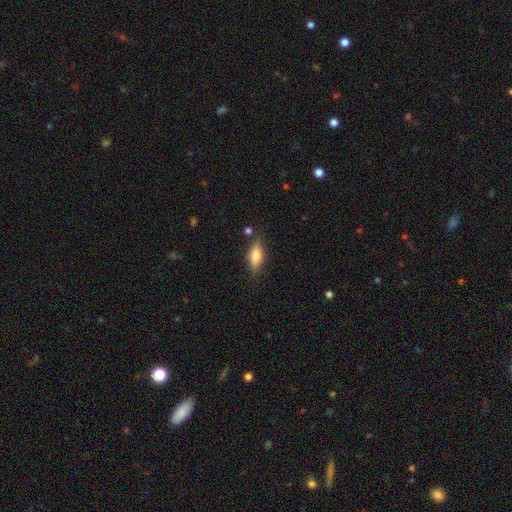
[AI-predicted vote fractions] This is likely a smooth galaxy (67%). How rounded: likely in between (69%). Merging: likely none (77%).